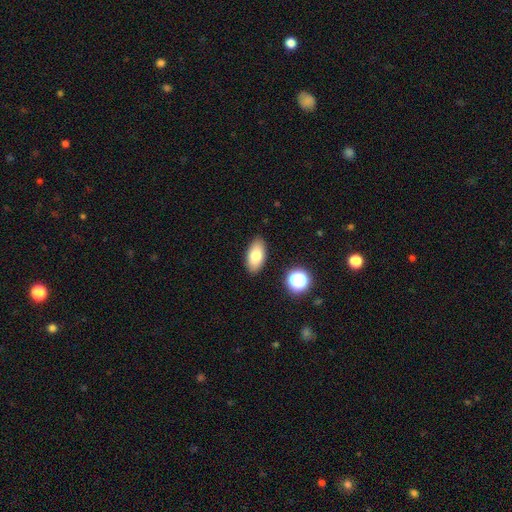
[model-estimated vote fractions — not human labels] Q: Smooth or featured?
A: smooth (78%); runner-up: featured or disk (14%)
Q: How rounded?
A: in between (90%); runner-up: cigar-shaped (6%)
Q: Merging?
A: none (87%); runner-up: minor disturbance (9%)